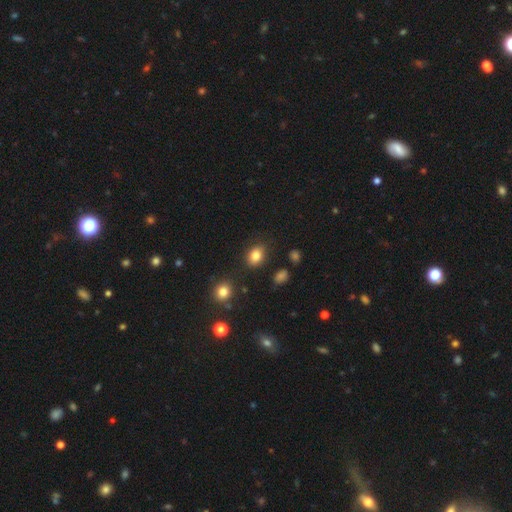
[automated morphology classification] A smooth galaxy with no disk features (83%) that is in between round and cigar-shaped (57%). Merging: none (82%).